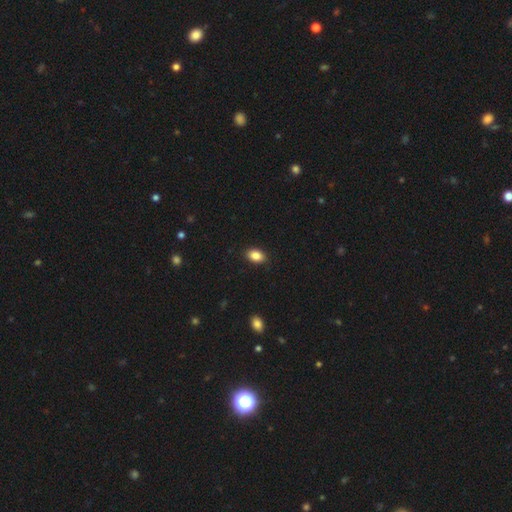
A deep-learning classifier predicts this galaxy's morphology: Smooth or featured: smooth — 86% (star or artifact — 9%)
How rounded: in between — 85% (round — 14%)
Merging: none — 89% (minor disturbance — 8%)